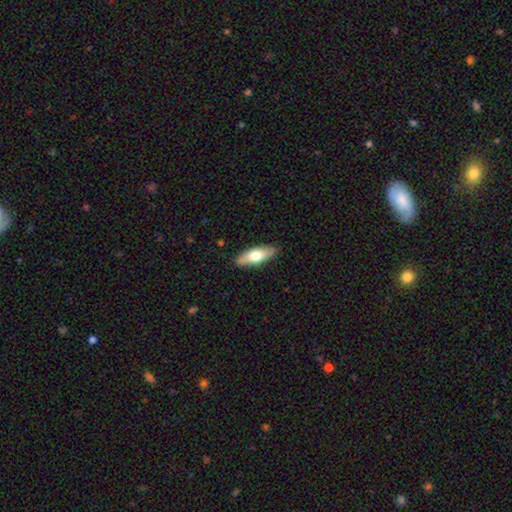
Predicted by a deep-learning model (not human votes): Smooth or featured? smooth (64%)
How rounded? in between (67%)
Merging? none (88%)